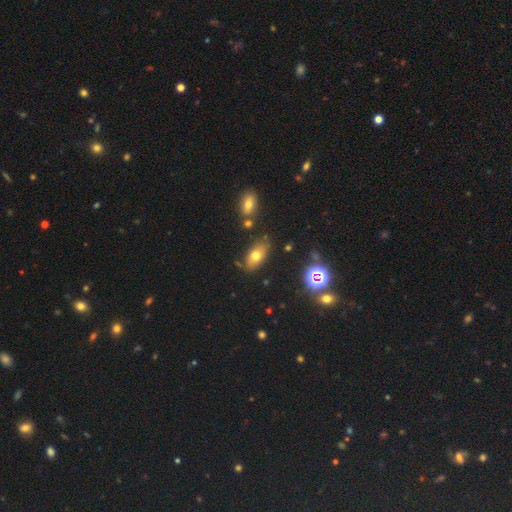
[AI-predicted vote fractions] Overall: smooth (68%). How rounded: in between (86%). Merging: none (78%).